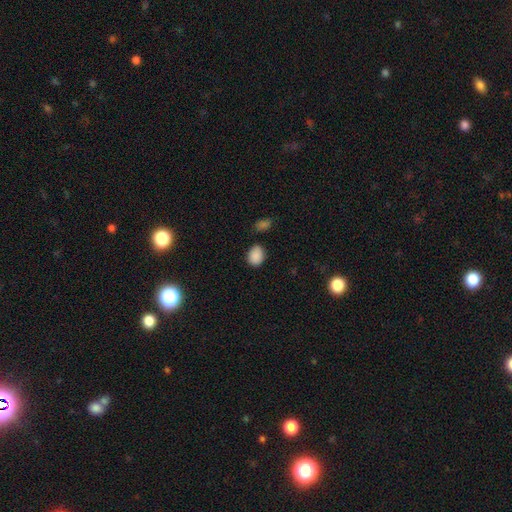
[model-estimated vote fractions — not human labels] This appears to be a smooth galaxy with no disk features (87%) that is in between round and cigar-shaped (55%). Merging: none (78%).